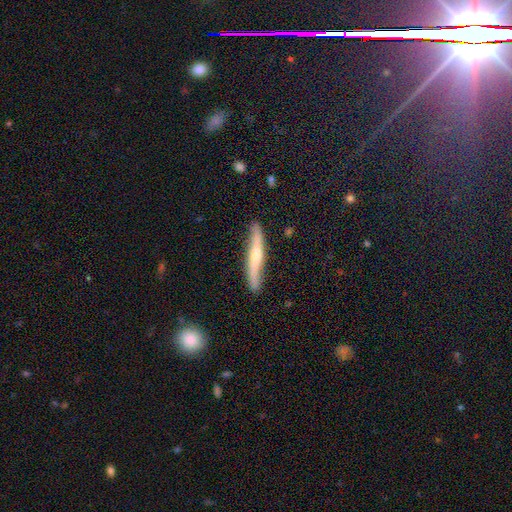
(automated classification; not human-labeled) Smooth or featured? Predicted: featured or disk (p=0.54). Edge-on disk? Predicted: yes (p=0.81). Merging? Predicted: none (p=0.83).